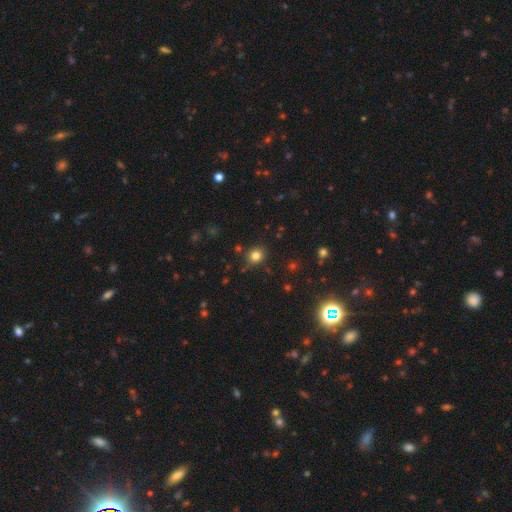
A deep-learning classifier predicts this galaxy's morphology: A smooth galaxy with no disk features (79%) that is round (81%).

Vote fractions:
- Smooth or featured? smooth: 79% / star or artifact: 15% / featured or disk: 6%
- How rounded? round: 81% / in between: 18% / cigar-shaped: 1%
- Merging? none: 84% / minor disturbance: 10% / merger: 3% / major disturbance: 3%